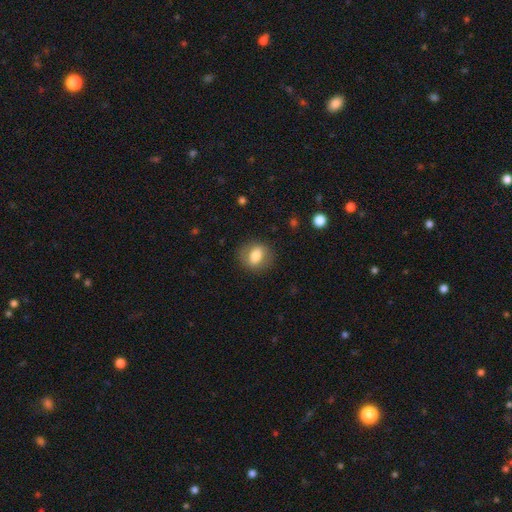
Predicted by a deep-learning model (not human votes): A smooth galaxy with no disk features (75%) that is in between round and cigar-shaped (52%).

Vote fractions:
- Smooth or featured? smooth: 75% / featured or disk: 17% / star or artifact: 8%
- How rounded? in between: 52% / round: 46% / cigar-shaped: 2%
- Merging? none: 82% / minor disturbance: 12% / major disturbance: 5% / merger: 1%